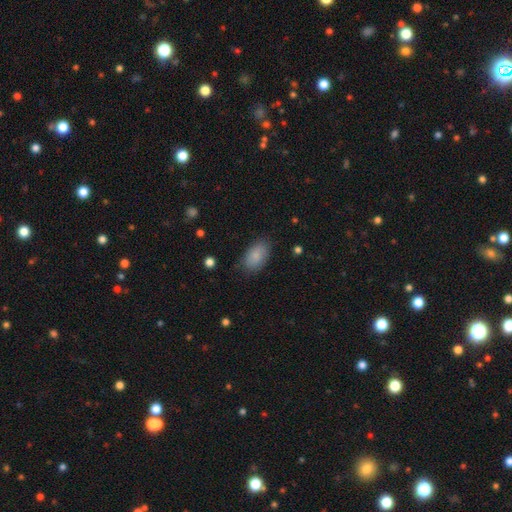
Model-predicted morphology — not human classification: Smooth or featured? smooth (83%)
How rounded? in between (91%)
Merging? none (78%)